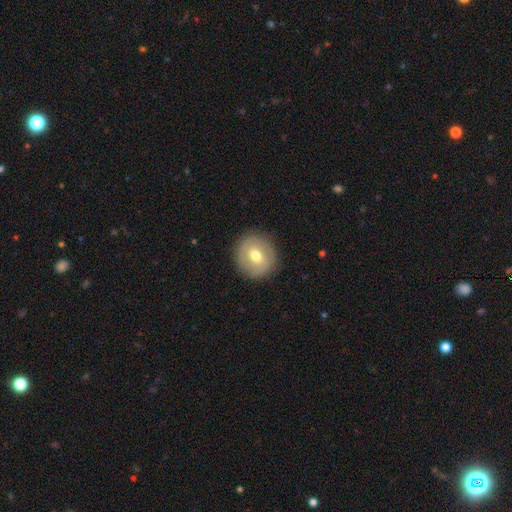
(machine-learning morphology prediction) A smooth galaxy with no disk features (52%) that is round (90%). Merging: none (87%).